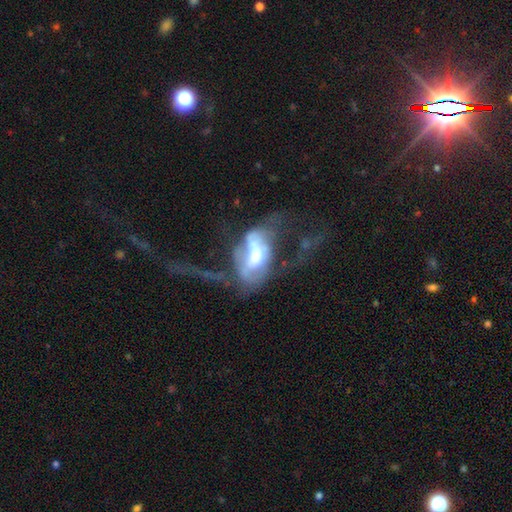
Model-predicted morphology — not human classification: smooth_or_featured: featured or disk (p=0.63) [alt: smooth p=0.29]
disk_edge_on: no (p=0.91) [alt: yes p=0.09]
bar: no (p=0.45) [alt: weak p=0.33]
has_spiral_arms: no (p=0.57) [alt: yes p=0.43]
bulge_size: moderate (p=0.62) [alt: large p=0.21]
merging: major disturbance (p=0.58) [alt: none p=0.18]